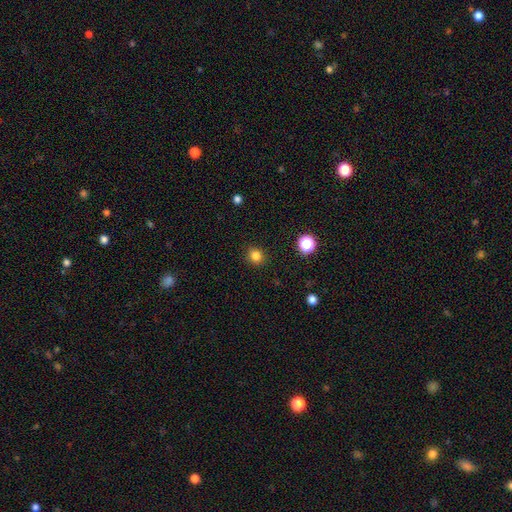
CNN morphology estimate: Smooth or featured?
  - smooth: 82% *
  - star or artifact: 13%
  - featured or disk: 5%
How rounded?
  - round: 83% *
  - in between: 16%
  - cigar-shaped: 1%
Merging?
  - none: 90% *
  - minor disturbance: 7%
  - major disturbance: 2%
  - merger: 1%